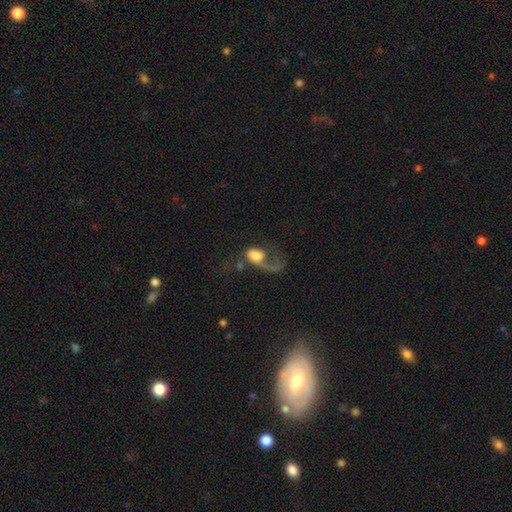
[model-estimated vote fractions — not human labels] Morphology: type=featured or disk (48%); merging=major disturbance (61%).